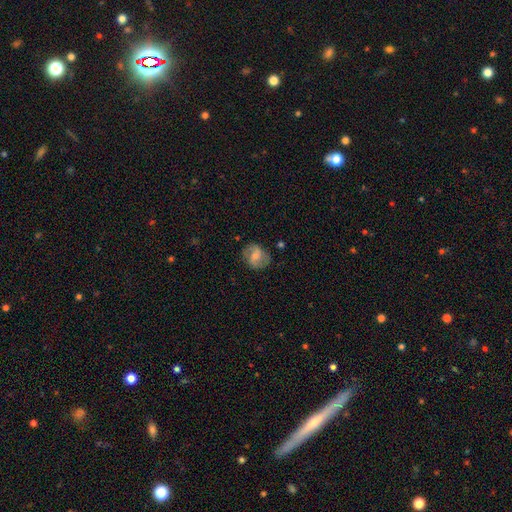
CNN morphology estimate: Smooth or featured: featured or disk — 51% (smooth — 41%)
Edge-on disk: no — 97% (yes — 3%)
Merging: none — 72% (minor disturbance — 19%)